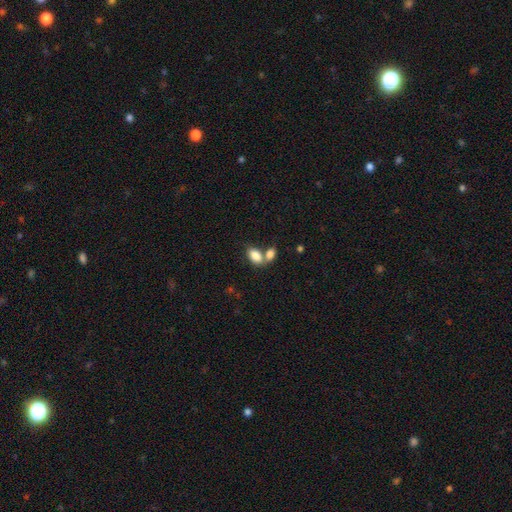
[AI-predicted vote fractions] A smooth galaxy with no disk features (84%) that is in between round and cigar-shaped (90%).

Vote fractions:
- Smooth or featured? smooth: 84% / featured or disk: 8% / star or artifact: 8%
- How rounded? in between: 90% / round: 8% / cigar-shaped: 2%
- Merging? merger: 52% / none: 35% / minor disturbance: 9% / major disturbance: 4%